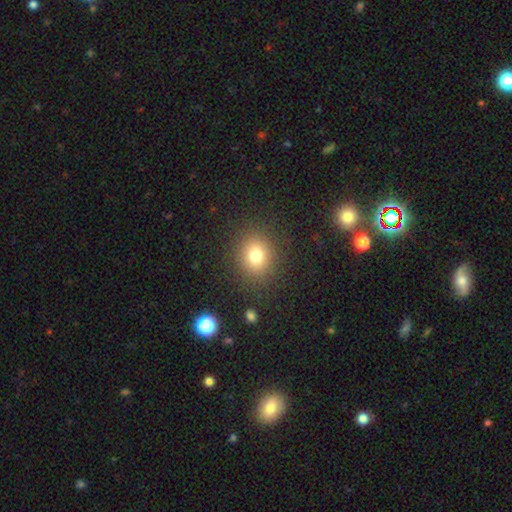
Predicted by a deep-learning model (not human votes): Smooth or featured?
  - smooth: 77% *
  - star or artifact: 15%
  - featured or disk: 8%
How rounded?
  - round: 76% *
  - in between: 23%
  - cigar-shaped: 1%
Merging?
  - none: 87% *
  - minor disturbance: 8%
  - major disturbance: 4%
  - merger: 1%